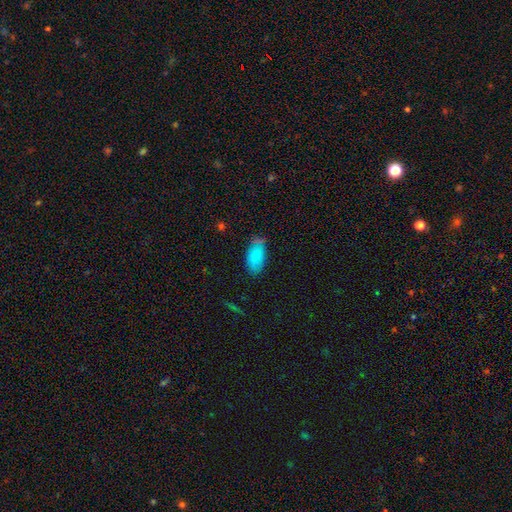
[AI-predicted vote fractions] Smooth or featured? Predicted: smooth (p=0.80). How rounded? Predicted: in between (p=0.92). Merging? Predicted: none (p=0.64).